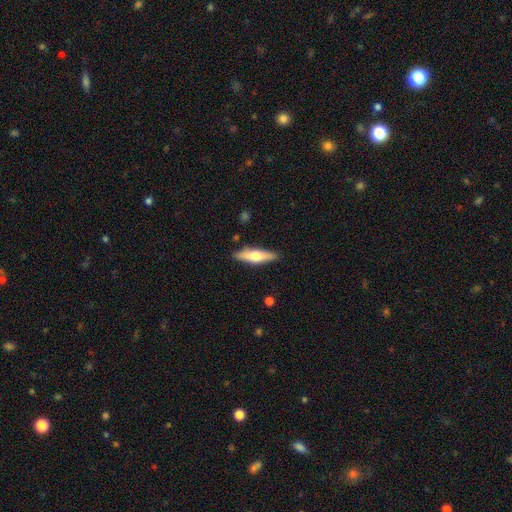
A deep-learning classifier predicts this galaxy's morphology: Overall: smooth (50%; featured or disk 45%). Merging: none (88%).